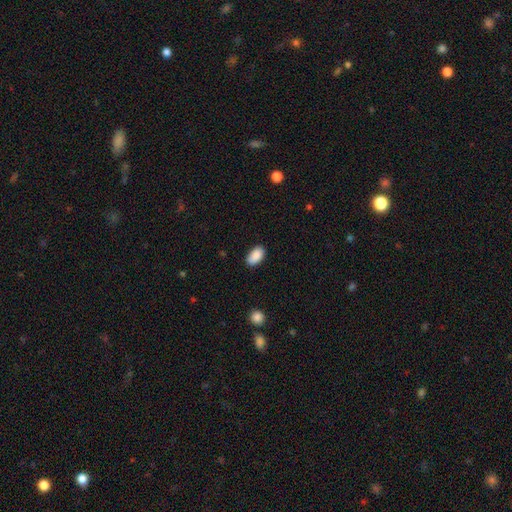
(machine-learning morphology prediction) Q: Smooth or featured?
A: smooth (89%); runner-up: star or artifact (7%)
Q: How rounded?
A: in between (94%); runner-up: round (4%)
Q: Merging?
A: none (83%); runner-up: minor disturbance (13%)